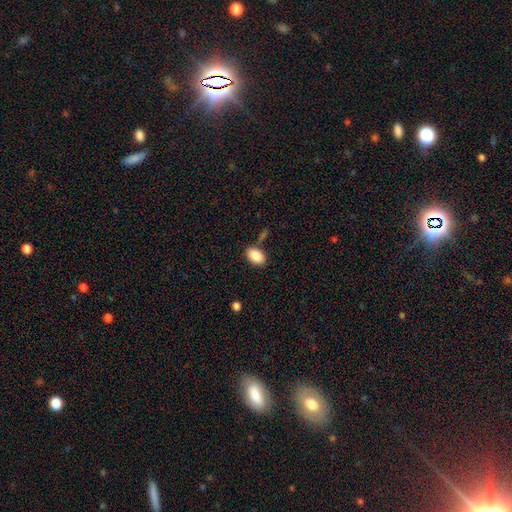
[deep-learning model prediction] Morphology: type=smooth (89%); roundness=in between (91%); merging=none (77%).